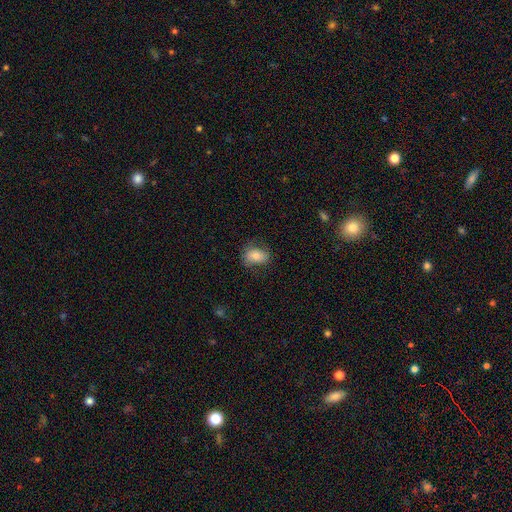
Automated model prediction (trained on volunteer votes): Q: Smooth or featured?
A: smooth (80%); runner-up: featured or disk (11%)
Q: How rounded?
A: in between (81%); runner-up: round (17%)
Q: Merging?
A: none (71%); runner-up: minor disturbance (21%)